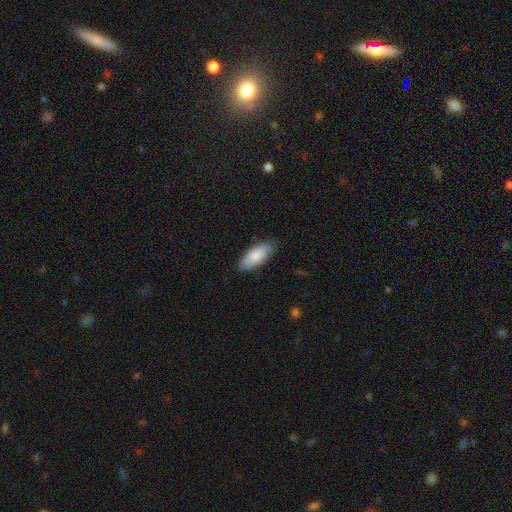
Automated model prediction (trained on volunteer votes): smooth-or-featured: smooth: 84% | featured or disk: 11% | star or artifact: 5%
  how-rounded: in between: 84% | cigar-shaped: 14% | round: 2%
  merging: none: 82% | minor disturbance: 14% | major disturbance: 2% | merger: 1%